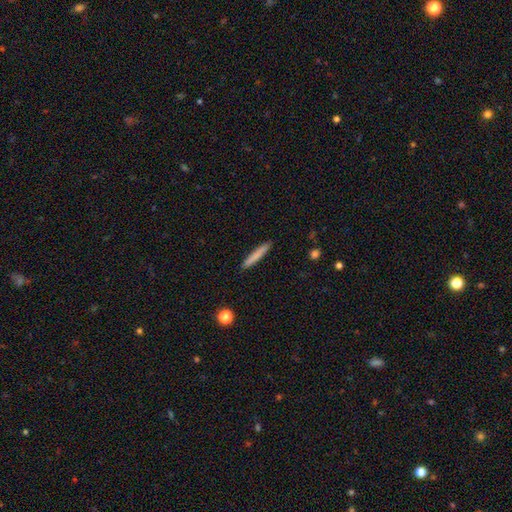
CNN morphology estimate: smooth 77%, featured or disk 16%, star or artifact 6%. Down the decision tree: how rounded — cigar-shaped (95%); merging — none (91%).